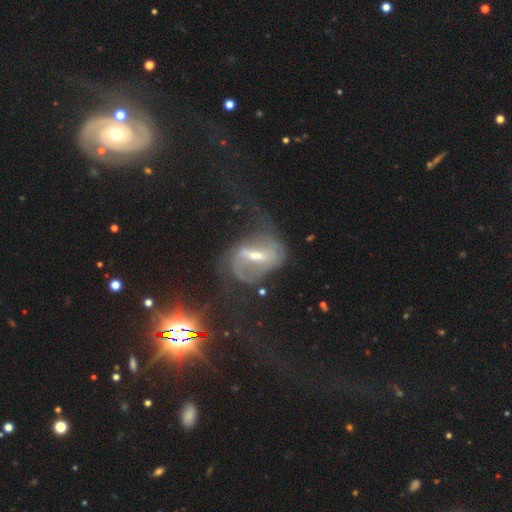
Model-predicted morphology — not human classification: This is clearly a featured or disk galaxy (82%). It is clearly not viewed edge-on (94%). Bar: likely strong (60%). Spiral arm pattern: clearly yes (87%). Spiral arm count: likely 2 (77%). Spiral winding: possibly loose (50%). Central bulge: possibly small (50%). Merging: marginally none (40%).